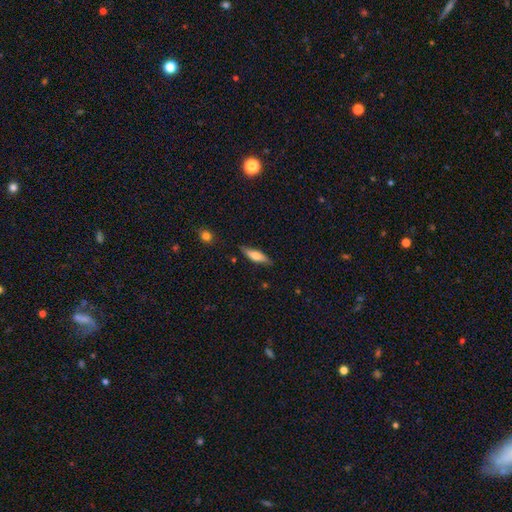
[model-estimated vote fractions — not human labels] Morphology: type=smooth (65%); roundness=cigar-shaped (55%); merging=none (79%).